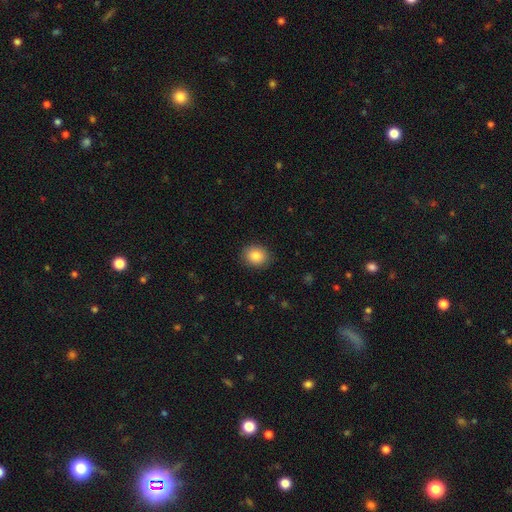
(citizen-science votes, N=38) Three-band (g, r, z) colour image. It shows a smooth galaxy with no disk features (79%) that is round (53%). Merging: none (82%).